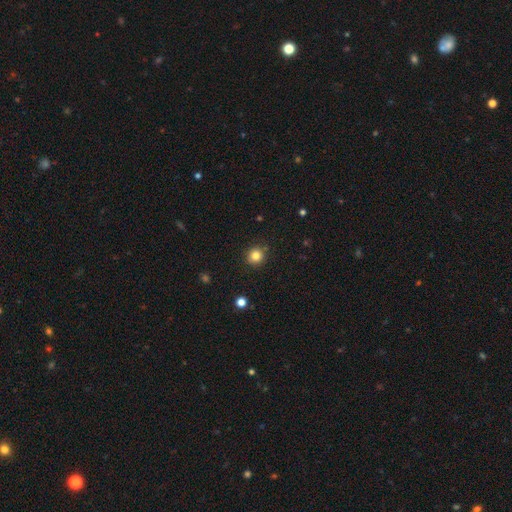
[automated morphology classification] type=smooth (82%); roundness=round (92%); merging=none (89%).